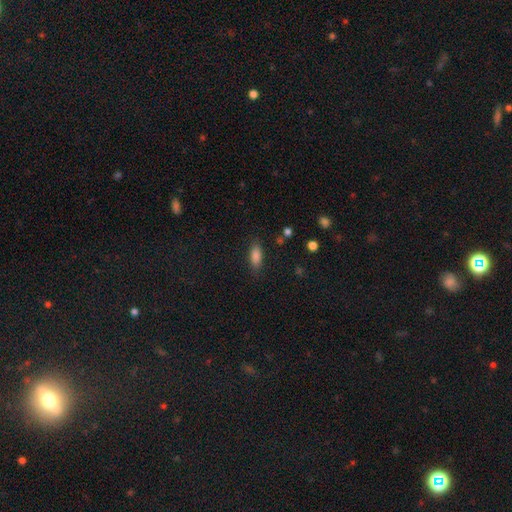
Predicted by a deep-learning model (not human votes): A smooth galaxy with no disk features (83%) that is in between round and cigar-shaped (76%).

Vote fractions:
- Smooth or featured? smooth: 83% / star or artifact: 9% / featured or disk: 7%
- How rounded? in between: 76% / cigar-shaped: 22% / round: 3%
- Merging? none: 83% / minor disturbance: 12% / major disturbance: 3% / merger: 2%